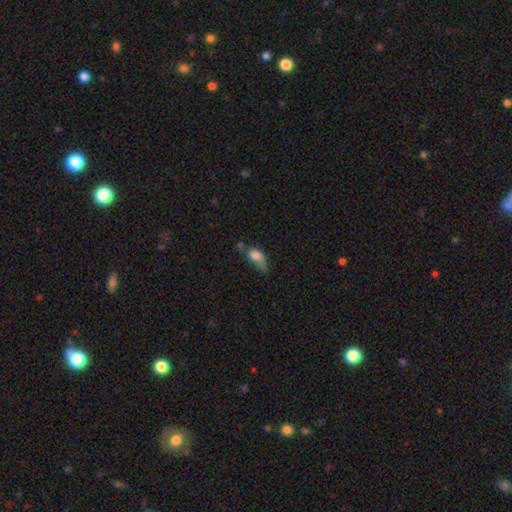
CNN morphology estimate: A smooth galaxy with no disk features (70%) that is in between round and cigar-shaped (83%).

Vote fractions:
- Smooth or featured? smooth: 70% / featured or disk: 20% / star or artifact: 10%
- How rounded? in between: 83% / round: 10% / cigar-shaped: 8%
- Merging? minor disturbance: 31% / none: 26% / major disturbance: 26% / merger: 17%